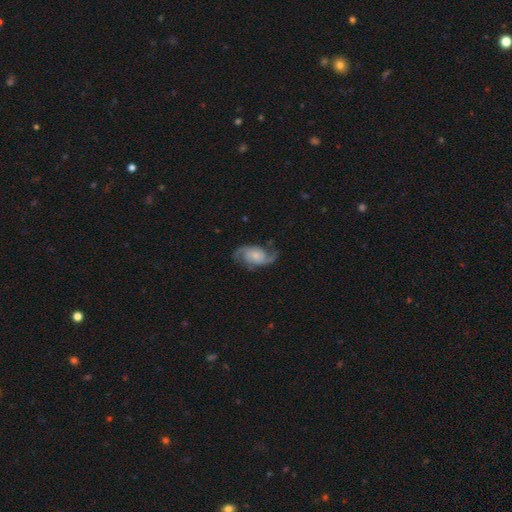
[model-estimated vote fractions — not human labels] The model was most divided on "spiral winding": medium: 47%, loose: 37%, tight: 17%. Remaining: edge-on disk — no (97%); spiral arms — yes (97%); spiral arm count — 2 (90%); smooth or featured — featured or disk (86%); merging — none (73%); bar — no (66%); bulge size — small (49%).